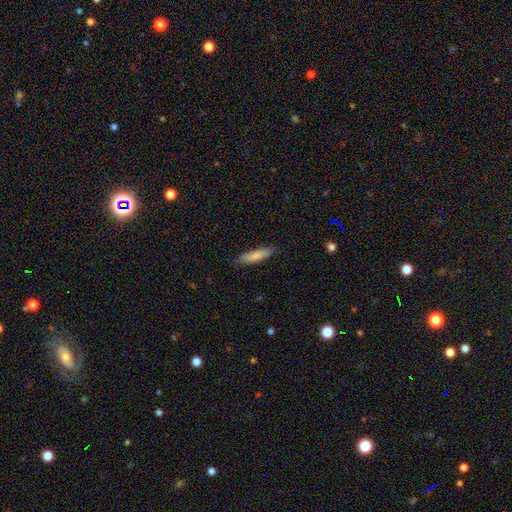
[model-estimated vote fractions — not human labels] This appears to be a smooth galaxy with no disk features (82%) that is cigar-shaped (76%). Merging: none (86%).